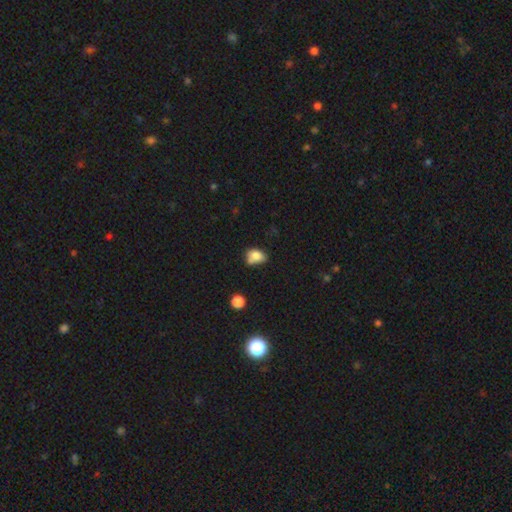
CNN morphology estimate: Smooth or featured? Predicted: smooth (p=0.78). How rounded? Predicted: in between (p=0.68). Merging? Predicted: none (p=0.40).